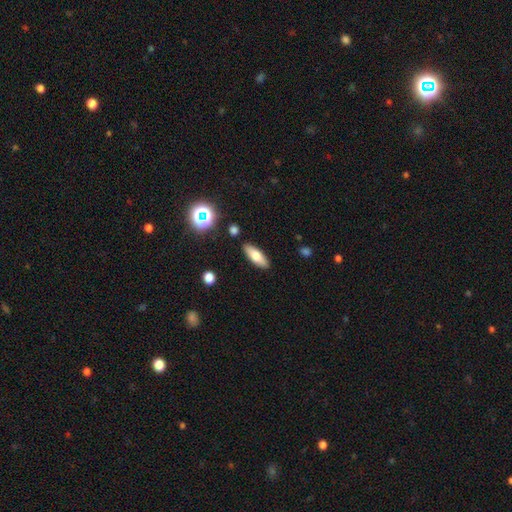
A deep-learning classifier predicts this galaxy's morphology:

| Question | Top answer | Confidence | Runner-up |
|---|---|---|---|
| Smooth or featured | smooth | 68% | featured or disk (23%) |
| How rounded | in between | 58% | cigar-shaped (39%) |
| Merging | none | 87% | minor disturbance (9%) |